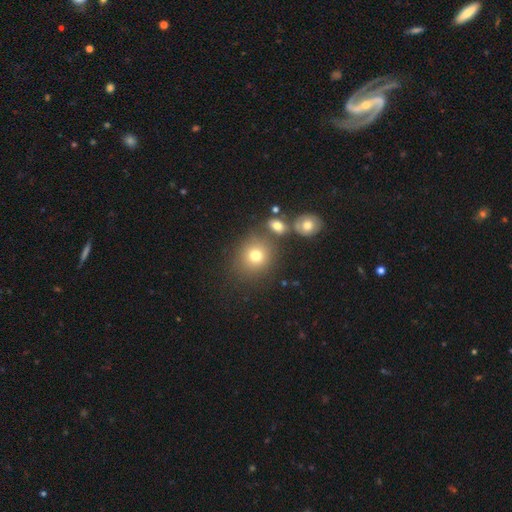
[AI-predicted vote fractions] Q: Smooth or featured?
A: smooth (75%); runner-up: star or artifact (14%)
Q: How rounded?
A: round (80%); runner-up: in between (19%)
Q: Merging?
A: none (72%); runner-up: merger (12%)